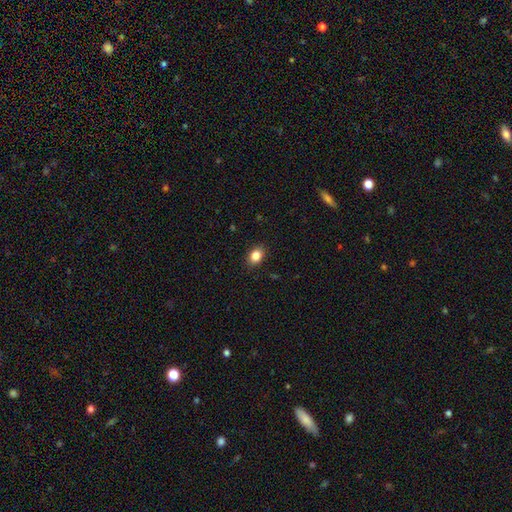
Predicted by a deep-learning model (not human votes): A smooth galaxy with no disk features (85%) that is in between round and cigar-shaped (70%).

Vote fractions:
- Smooth or featured? smooth: 85% / star or artifact: 10% / featured or disk: 6%
- How rounded? in between: 70% / round: 29% / cigar-shaped: 1%
- Merging? none: 88% / minor disturbance: 9% / major disturbance: 2% / merger: 1%